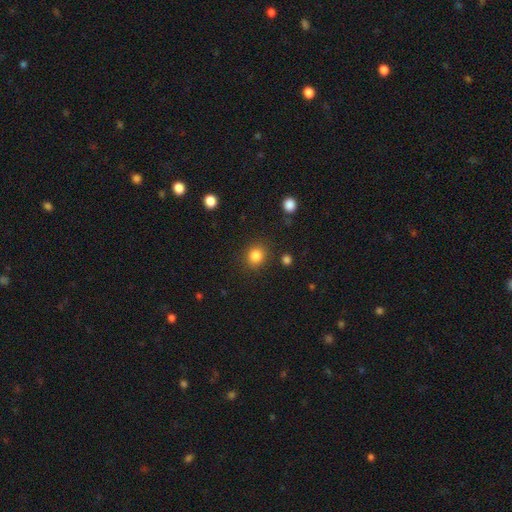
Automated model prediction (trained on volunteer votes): Smooth or featured: smooth — 84% (star or artifact — 11%)
How rounded: round — 78% (in between — 21%)
Merging: none — 86% (minor disturbance — 8%)